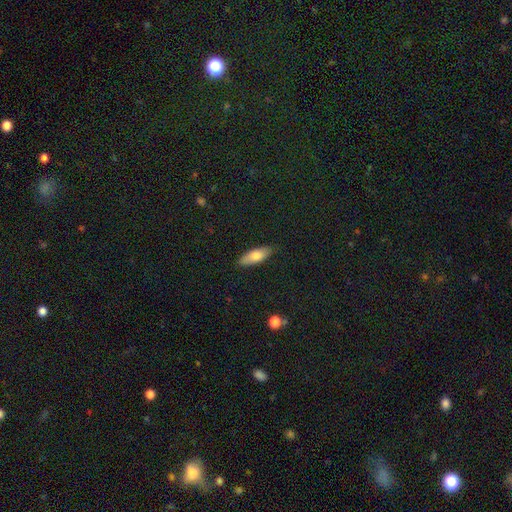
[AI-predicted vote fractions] Smooth or featured? Predicted: smooth (p=0.73). How rounded? Predicted: in between (p=0.66). Merging? Predicted: none (p=0.87).